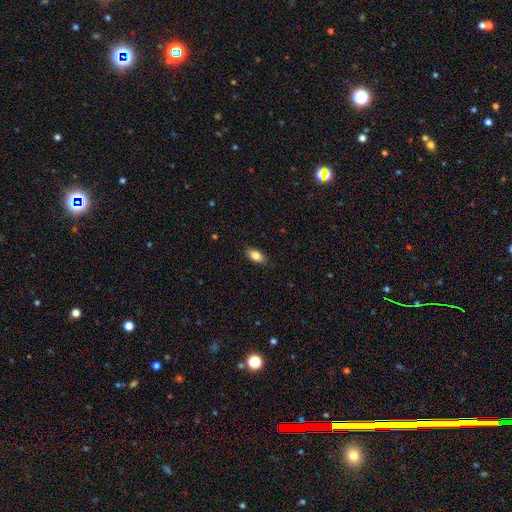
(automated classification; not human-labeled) smooth_or_featured: smooth (p=0.84) [alt: featured or disk p=0.09]
how_rounded: in between (p=0.90) [alt: round p=0.05]
merging: none (p=0.86) [alt: minor disturbance p=0.11]